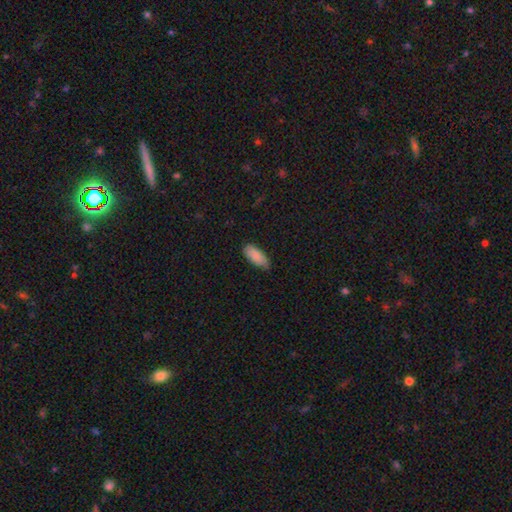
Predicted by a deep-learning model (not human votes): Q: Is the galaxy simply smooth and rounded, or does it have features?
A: smooth — 88%.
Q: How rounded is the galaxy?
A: in between — 86%.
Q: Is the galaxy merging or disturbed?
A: none — 70%.